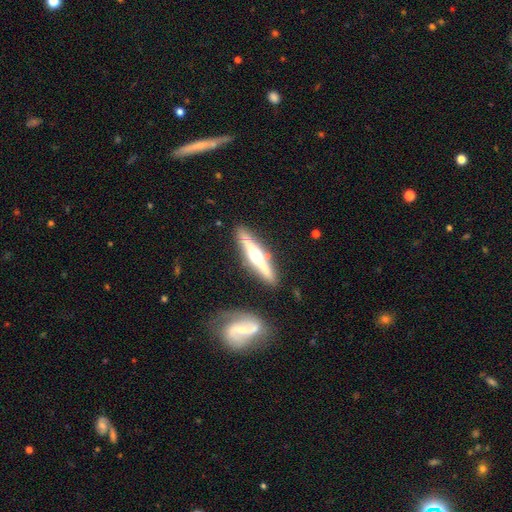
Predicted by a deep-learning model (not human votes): Smooth or featured?
  - featured or disk: 67% *
  - smooth: 27%
  - star or artifact: 6%
Edge-on disk?
  - yes: 94% *
  - no: 6%
Edge-on bulge?
  - rounded: 92% *
  - boxy: 5%
  - none: 4%
Merging?
  - none: 83% *
  - minor disturbance: 10%
  - merger: 5%
  - major disturbance: 2%